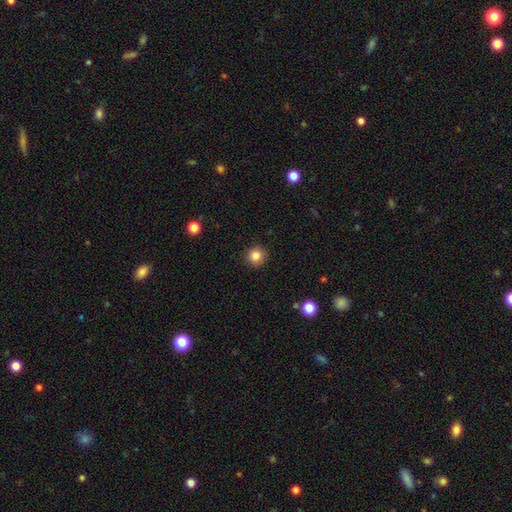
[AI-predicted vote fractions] smooth 85%, star or artifact 11%, featured or disk 4%. Down the decision tree: how rounded — round (94%); merging — none (92%).